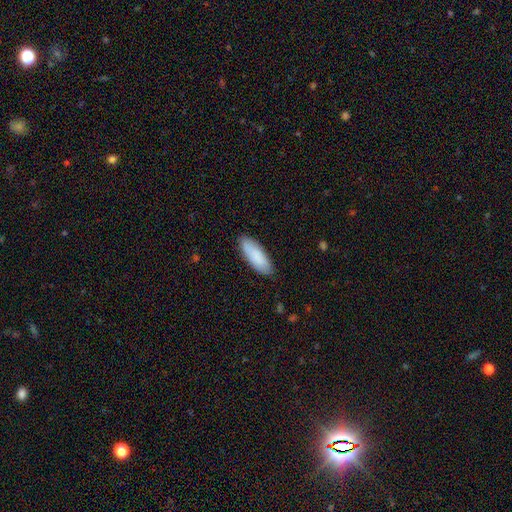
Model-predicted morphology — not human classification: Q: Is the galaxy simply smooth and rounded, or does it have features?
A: smooth — 86%.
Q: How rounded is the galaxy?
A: in between — 69%.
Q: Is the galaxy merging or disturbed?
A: none — 86%.